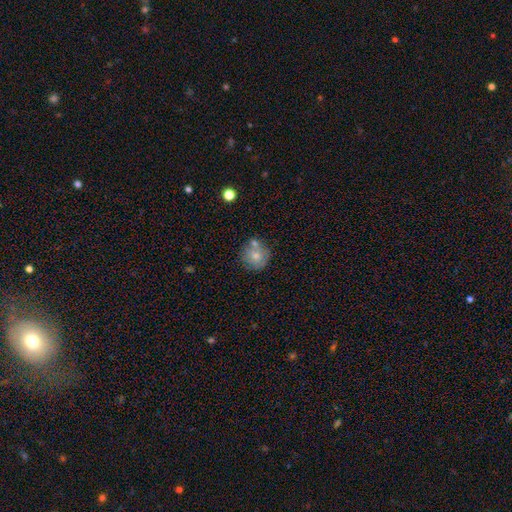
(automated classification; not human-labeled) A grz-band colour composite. It shows a smooth galaxy with no disk features (72%) that is round (90%). Merging: none (62%).